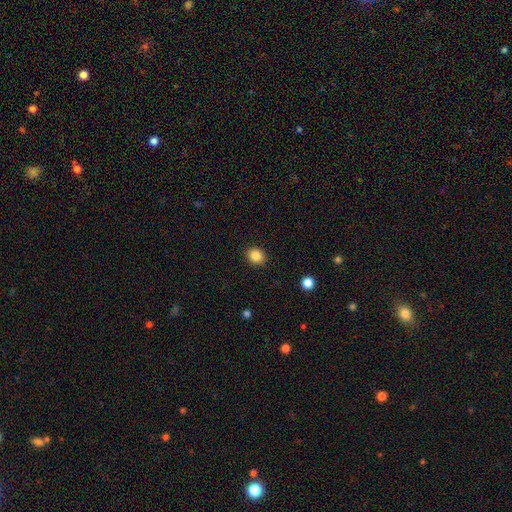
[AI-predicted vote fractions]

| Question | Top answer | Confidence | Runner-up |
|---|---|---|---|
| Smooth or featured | smooth | 86% | star or artifact (10%) |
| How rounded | round | 68% | in between (31%) |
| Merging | none | 91% | minor disturbance (6%) |